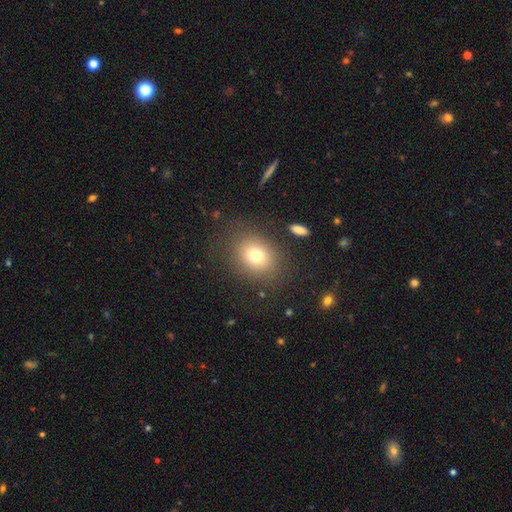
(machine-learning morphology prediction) Q: Smooth or featured?
A: smooth (75%); runner-up: star or artifact (13%)
Q: How rounded?
A: round (56%); runner-up: in between (43%)
Q: Merging?
A: none (81%); runner-up: minor disturbance (10%)